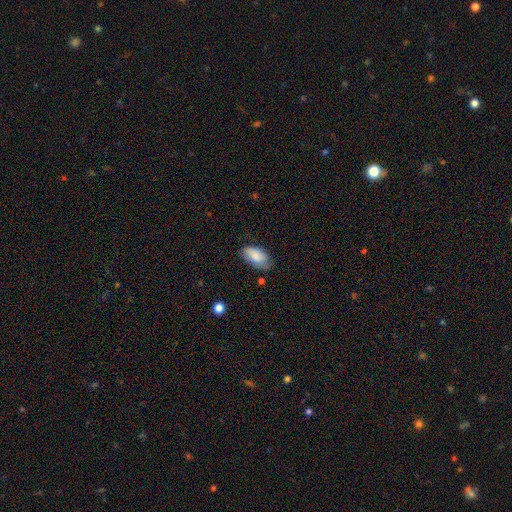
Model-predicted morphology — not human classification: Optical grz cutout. It shows a smooth galaxy with no disk features (82%) that is in between round and cigar-shaped (94%). Merging: none (68%).